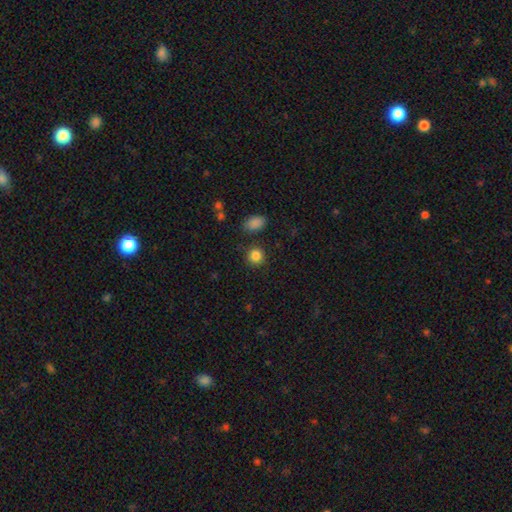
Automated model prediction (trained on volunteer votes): A smooth galaxy with no disk features (86%) that is round (89%).

Vote fractions:
- Smooth or featured? smooth: 86% / star or artifact: 11% / featured or disk: 4%
- How rounded? round: 89% / in between: 10% / cigar-shaped: 1%
- Merging? none: 86% / minor disturbance: 8% / merger: 3% / major disturbance: 3%